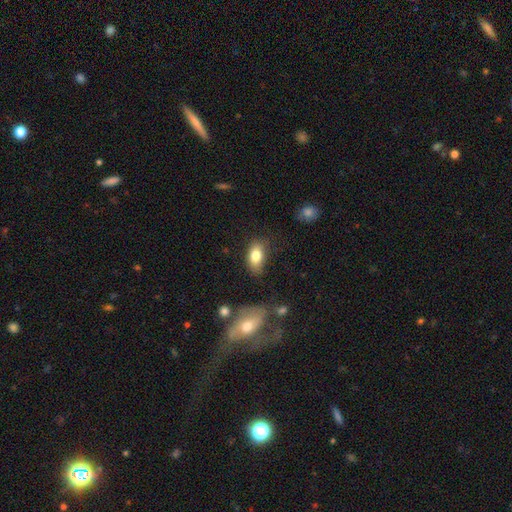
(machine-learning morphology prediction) This appears to be a smooth galaxy with no disk features (81%) that is in between round and cigar-shaped (90%). Merging: none (68%).